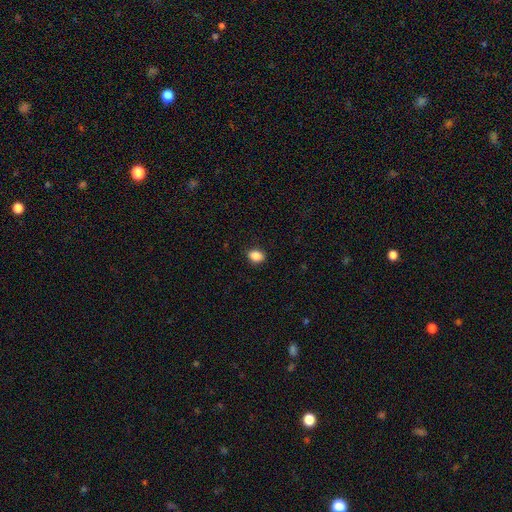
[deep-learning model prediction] Smooth or featured: smooth — 88% (star or artifact — 9%)
How rounded: in between — 67% (round — 32%)
Merging: none — 87% (minor disturbance — 9%)